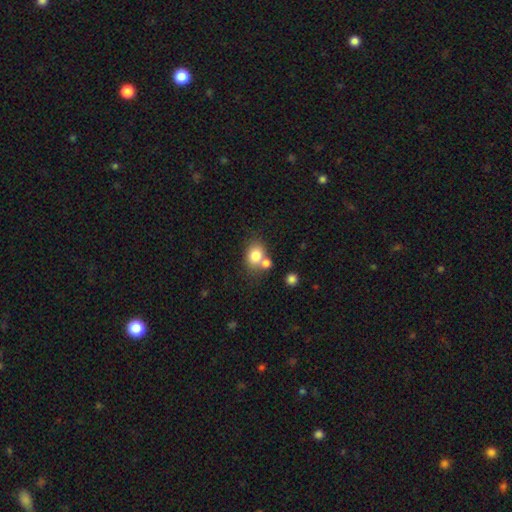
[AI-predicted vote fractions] A smooth galaxy with no disk features (80%) that is in between round and cigar-shaped (51%). Merging: none (50%).